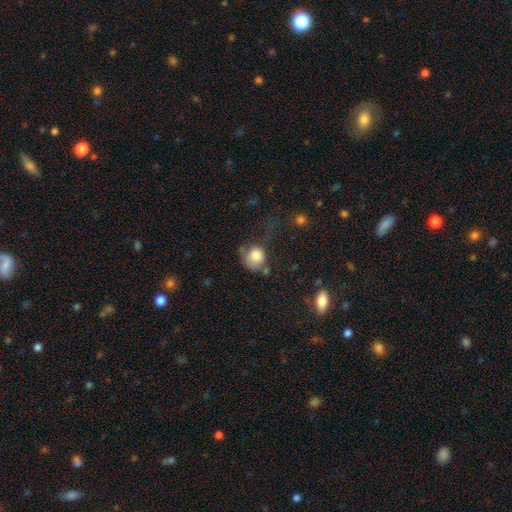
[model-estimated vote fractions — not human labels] A smooth galaxy with no disk features (80%) that is round (72%).

Vote fractions:
- Smooth or featured? smooth: 80% / featured or disk: 11% / star or artifact: 9%
- How rounded? round: 72% / in between: 27% / cigar-shaped: 1%
- Merging? none: 37% / minor disturbance: 28% / major disturbance: 25% / merger: 10%